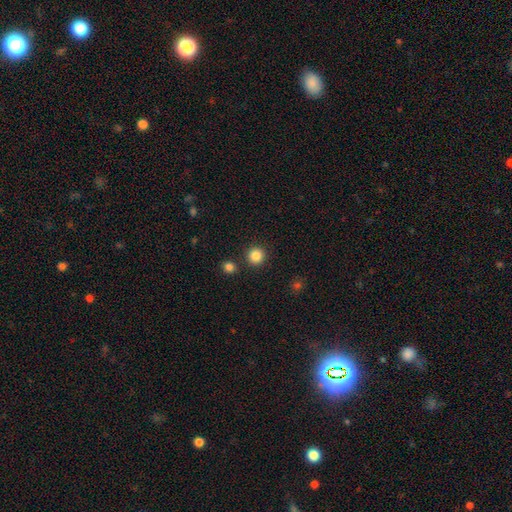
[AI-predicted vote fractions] Smooth or featured?
  - smooth: 85% *
  - star or artifact: 11%
  - featured or disk: 4%
How rounded?
  - round: 94% *
  - in between: 5%
  - cigar-shaped: 1%
Merging?
  - none: 89% *
  - minor disturbance: 5%
  - merger: 4%
  - major disturbance: 2%